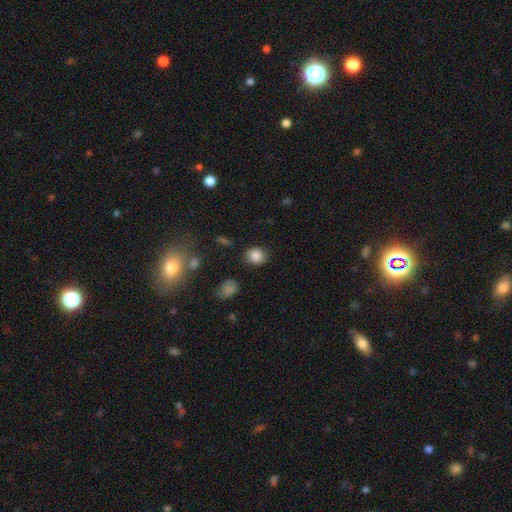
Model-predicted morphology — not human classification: This is clearly a smooth galaxy (83%). How rounded: likely round (68%). Merging: likely none (79%).